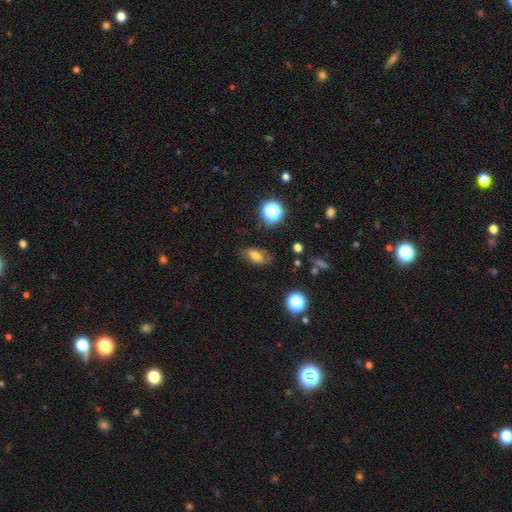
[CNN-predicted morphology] This appears to be a smooth galaxy with no disk features (69%) that is in between round and cigar-shaped (85%). Merging: none (74%).